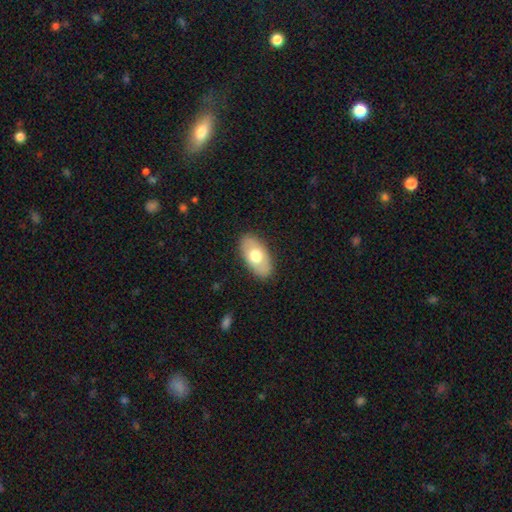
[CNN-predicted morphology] This is likely a smooth galaxy (64%). How rounded: clearly in between (93%). Merging: clearly none (86%).